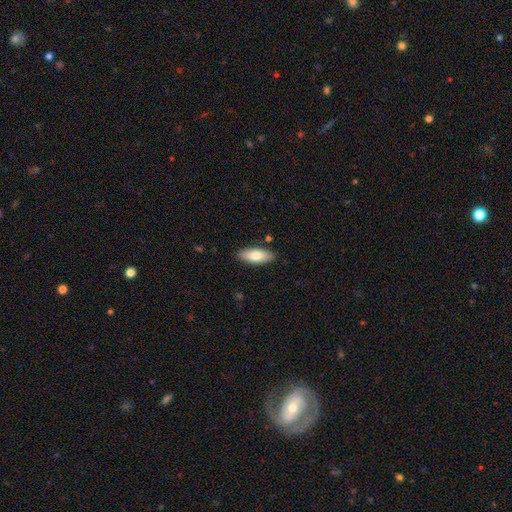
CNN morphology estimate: smooth_or_featured: smooth (p=0.76) [alt: featured or disk p=0.18]
how_rounded: in between (p=0.77) [alt: cigar-shaped p=0.21]
merging: none (p=0.87) [alt: minor disturbance p=0.10]